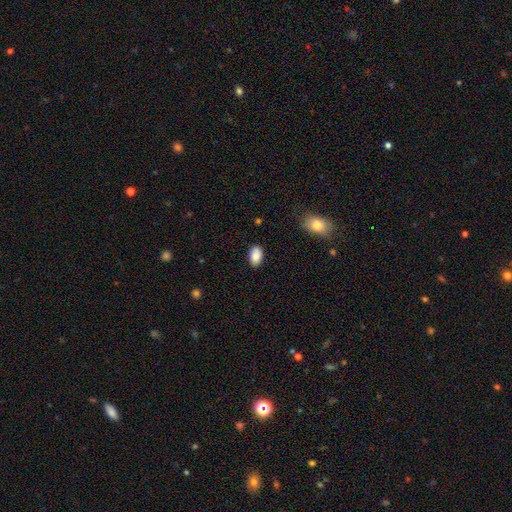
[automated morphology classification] type=smooth (88%); roundness=in between (92%); merging=none (85%).